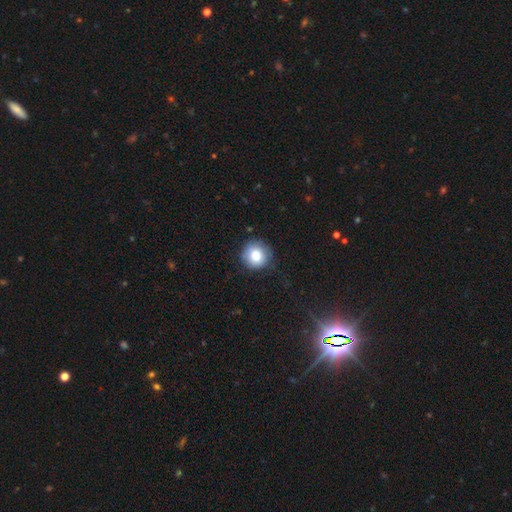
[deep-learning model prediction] smooth-or-featured: smooth: 81% | featured or disk: 10% | star or artifact: 9%
  how-rounded: round: 92% | in between: 7% | cigar-shaped: 1%
  merging: none: 80% | minor disturbance: 15% | major disturbance: 4% | merger: 1%